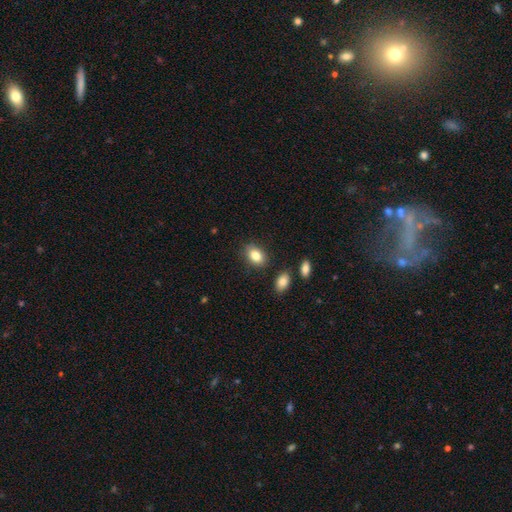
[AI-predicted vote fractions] smooth 84%, star or artifact 8%, featured or disk 8%. Down the decision tree: how rounded — in between (79%); merging — none (84%).